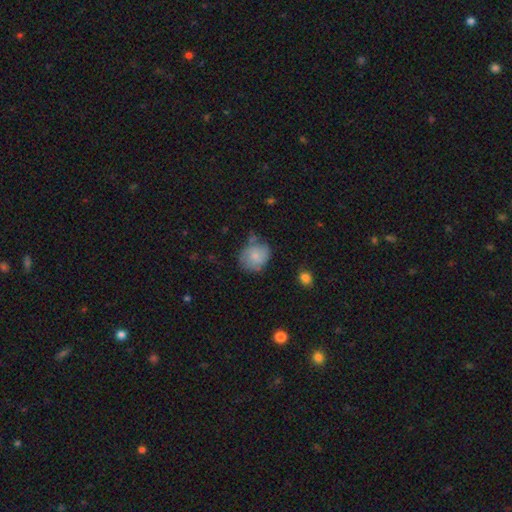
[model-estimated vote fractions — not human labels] The model was most divided on "merging": none: 63%, minor disturbance: 25%, major disturbance: 7%, merger: 5%. More confident: how rounded — round (76%); smooth or featured — smooth (73%).